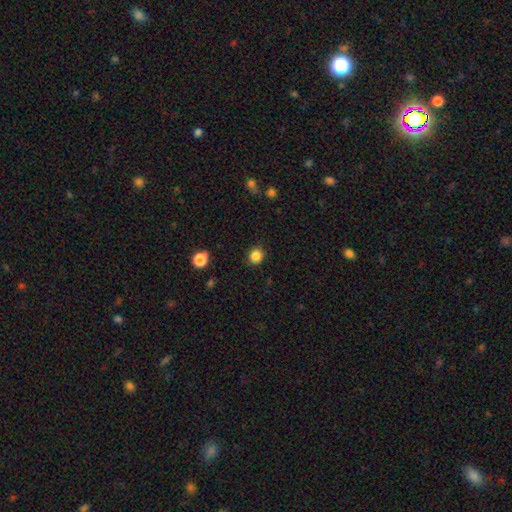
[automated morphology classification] Smooth or featured? Predicted: smooth (p=0.85). How rounded? Predicted: round (p=0.84). Merging? Predicted: none (p=0.89).